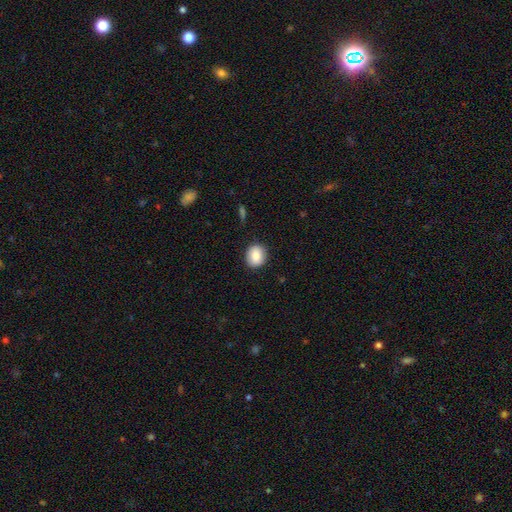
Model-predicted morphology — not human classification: A smooth galaxy with no disk features (82%) that is round (68%). Merging: none (88%).